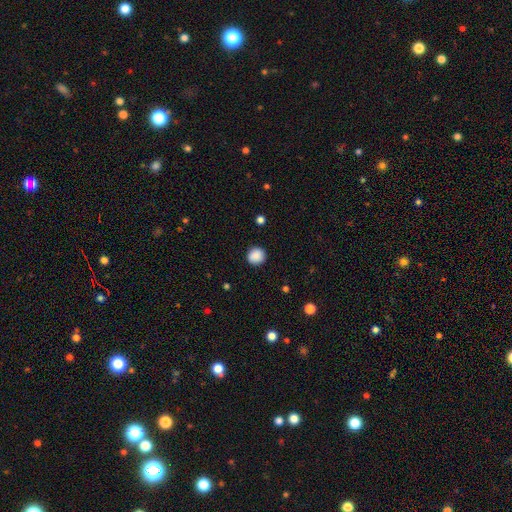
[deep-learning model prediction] smooth_or_featured: smooth (p=0.89) [alt: star or artifact p=0.09]
how_rounded: round (p=0.92) [alt: in between p=0.07]
merging: none (p=0.90) [alt: minor disturbance p=0.07]